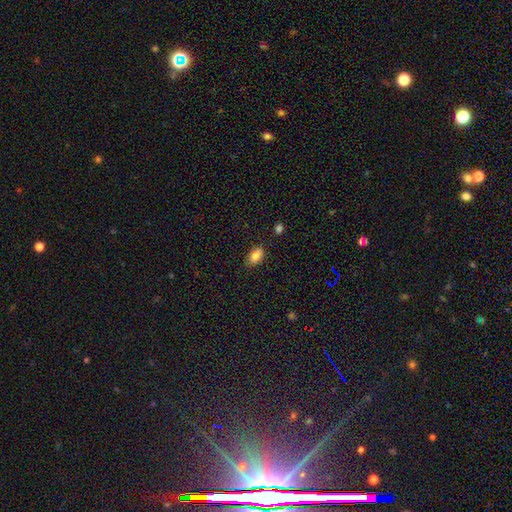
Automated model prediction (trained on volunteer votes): Smooth or featured? Predicted: smooth (p=0.86). How rounded? Predicted: in between (p=0.90). Merging? Predicted: none (p=0.82).